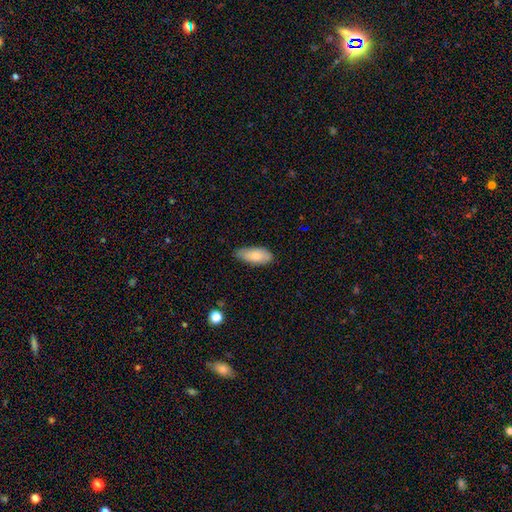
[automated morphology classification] smooth_or_featured: smooth (p=0.82) [alt: featured or disk p=0.12]
how_rounded: in between (p=0.85) [alt: cigar-shaped p=0.13]
merging: none (p=0.74) [alt: minor disturbance p=0.22]